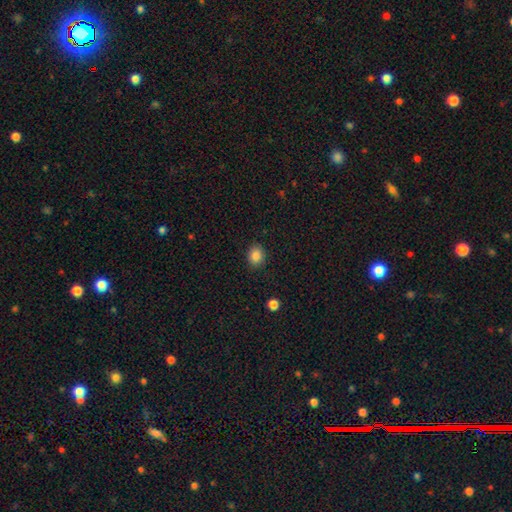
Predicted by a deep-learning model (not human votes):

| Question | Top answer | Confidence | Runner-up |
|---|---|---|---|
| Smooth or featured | smooth | 86% | star or artifact (10%) |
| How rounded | round | 59% | in between (40%) |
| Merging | none | 86% | minor disturbance (10%) |